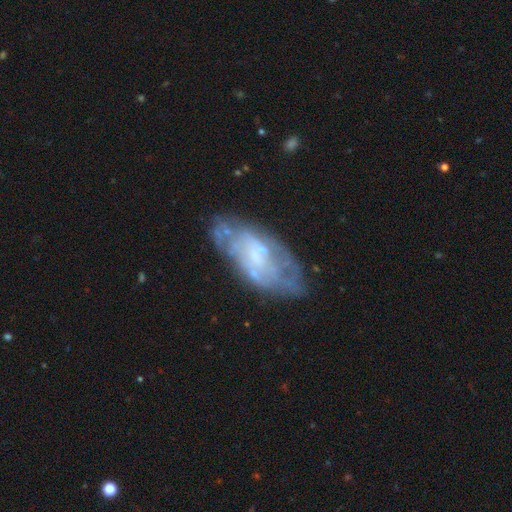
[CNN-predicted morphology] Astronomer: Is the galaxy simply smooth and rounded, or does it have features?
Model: featured or disk — 65%.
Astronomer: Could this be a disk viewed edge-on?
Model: no — 92%.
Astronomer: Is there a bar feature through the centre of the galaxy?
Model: no — 63%.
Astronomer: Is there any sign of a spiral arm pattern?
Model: no — 52% (runner-up: yes, 48%).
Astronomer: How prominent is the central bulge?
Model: small — 43% (runner-up: none, 33%).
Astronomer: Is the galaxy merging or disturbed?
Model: none — 61%.